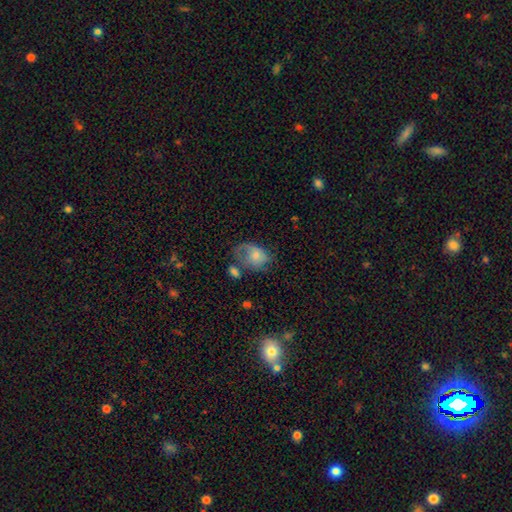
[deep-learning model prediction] The model was most divided on "merging": major disturbance: 31%, none: 29%, minor disturbance: 29%, merger: 11%. More confident: how rounded — in between (76%); smooth or featured — smooth (60%).